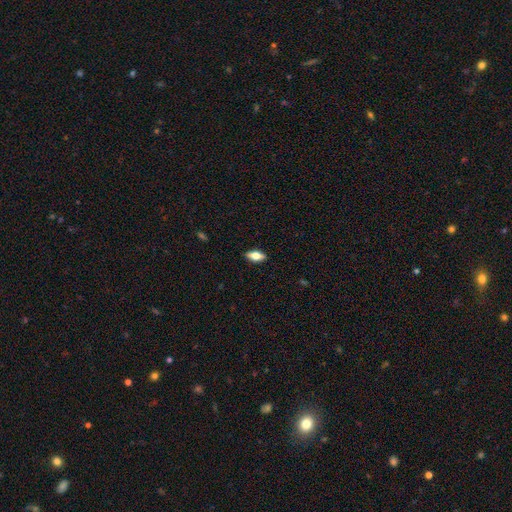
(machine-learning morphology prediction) Smooth or featured? Predicted: smooth (p=0.60). How rounded? Predicted: in between (p=0.79). Merging? Predicted: none (p=0.87).